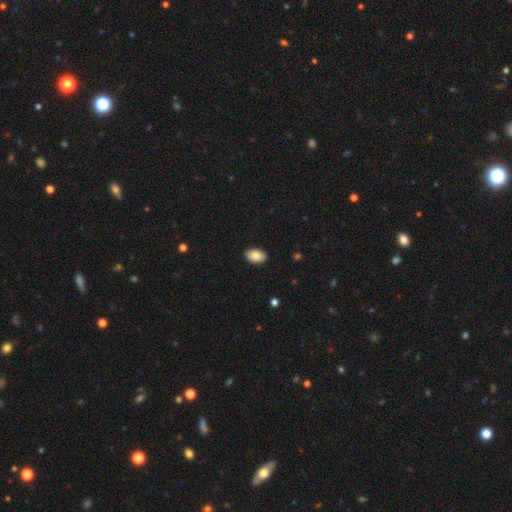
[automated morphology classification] Smooth or featured?
  - smooth: 81% *
  - featured or disk: 12%
  - star or artifact: 7%
How rounded?
  - in between: 90% *
  - round: 9%
  - cigar-shaped: 1%
Merging?
  - none: 89% *
  - minor disturbance: 8%
  - major disturbance: 2%
  - merger: 1%